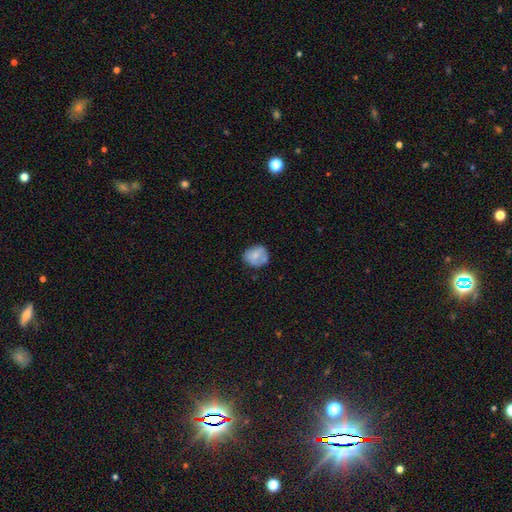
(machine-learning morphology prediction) This appears to be a smooth galaxy with no disk features (66%) that is round (70%). Merging: none (60%).